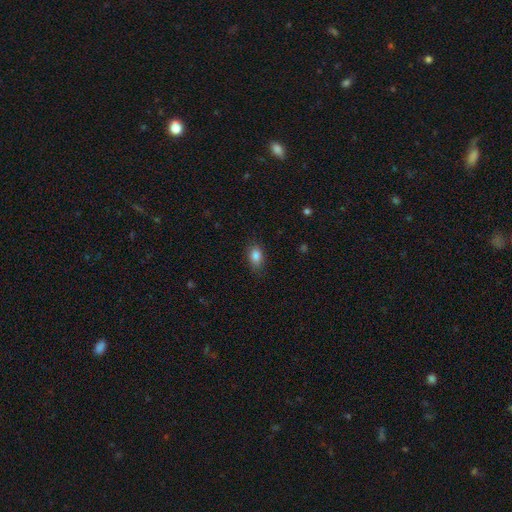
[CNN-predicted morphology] The model was most divided on "merging": none: 82%, minor disturbance: 14%, major disturbance: 3%, merger: 1%. More confident: smooth or featured — smooth (85%); how rounded — in between (83%).